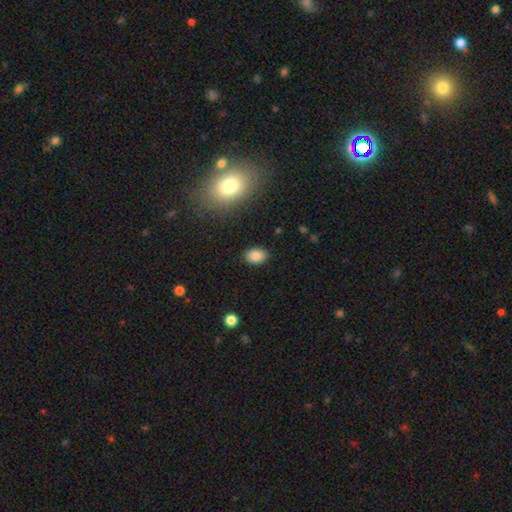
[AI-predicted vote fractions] This is clearly a smooth galaxy (86%). How rounded: likely in between (76%). Merging: clearly none (87%).